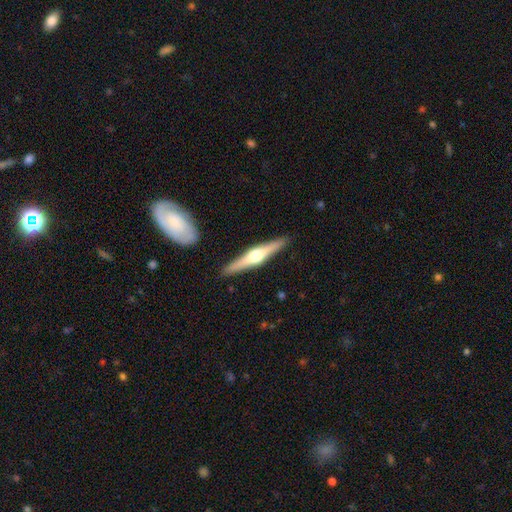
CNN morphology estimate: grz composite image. It shows a featured or disk galaxy (70%) viewed edge-on (98%) with a rounded central bulge (92%). Merging: none (91%).